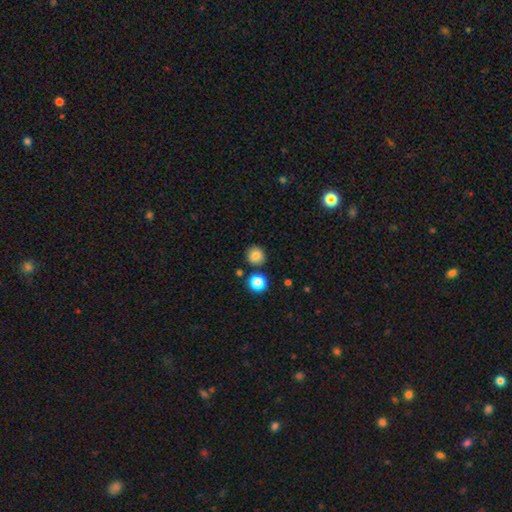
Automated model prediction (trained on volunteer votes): smooth-or-featured: smooth: 83% | star or artifact: 12% | featured or disk: 5%
  how-rounded: round: 93% | in between: 6% | cigar-shaped: 1%
  merging: none: 86% | minor disturbance: 7% | merger: 5% | major disturbance: 2%